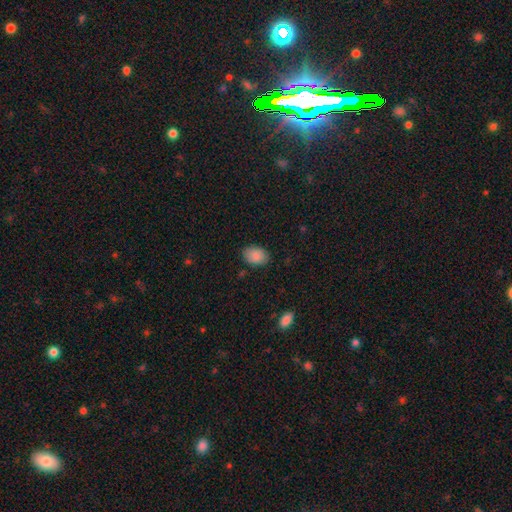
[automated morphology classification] type=smooth (88%); roundness=in between (83%); merging=none (84%).